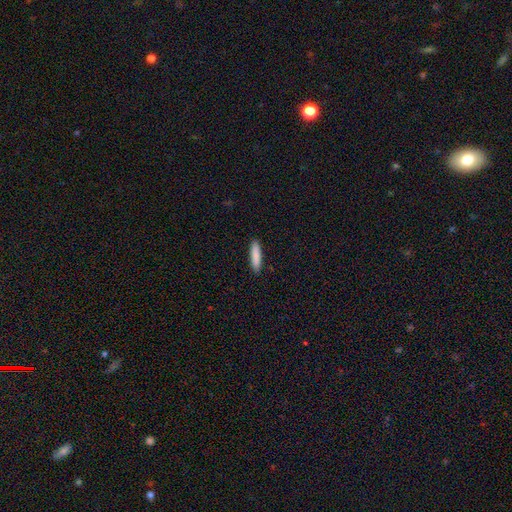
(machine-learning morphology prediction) Smooth or featured? smooth (87%)
How rounded? cigar-shaped (84%)
Merging? none (91%)